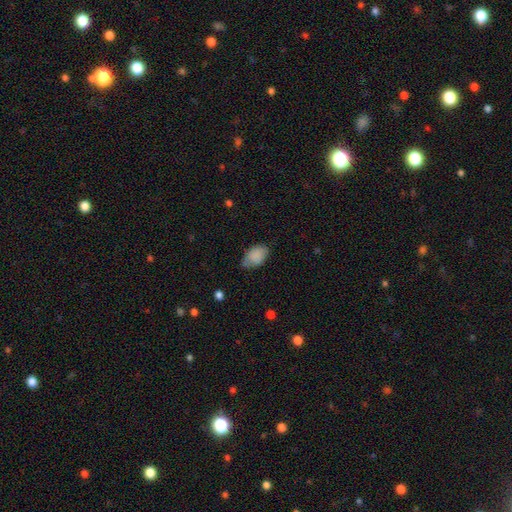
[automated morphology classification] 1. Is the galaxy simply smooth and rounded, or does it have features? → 85% smooth, 8% star or artifact, 7% featured or disk.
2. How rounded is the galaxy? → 88% in between, 10% round, 1% cigar-shaped.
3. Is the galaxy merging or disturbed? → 56% none, 34% minor disturbance, 7% major disturbance, 2% merger.